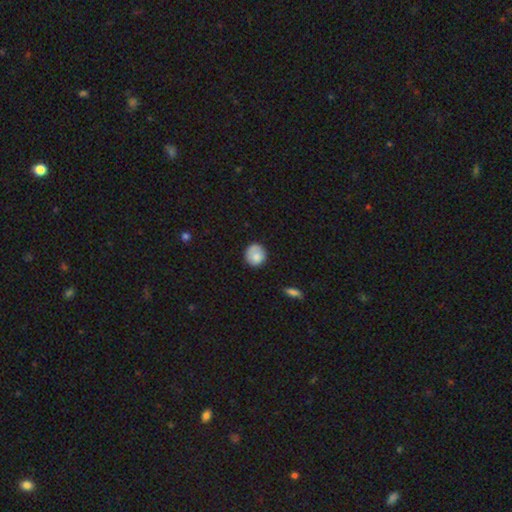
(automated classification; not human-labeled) smooth-or-featured: smooth: 79% | featured or disk: 14% | star or artifact: 8%
  how-rounded: round: 86% | in between: 13% | cigar-shaped: 1%
  merging: none: 74% | minor disturbance: 19% | major disturbance: 5% | merger: 2%